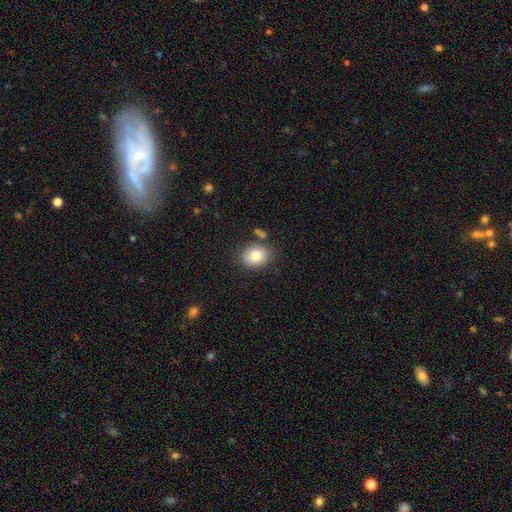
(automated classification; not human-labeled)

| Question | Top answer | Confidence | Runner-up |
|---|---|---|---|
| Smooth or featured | smooth | 83% | featured or disk (9%) |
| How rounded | in between | 58% | round (41%) |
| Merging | none | 77% | minor disturbance (13%) |